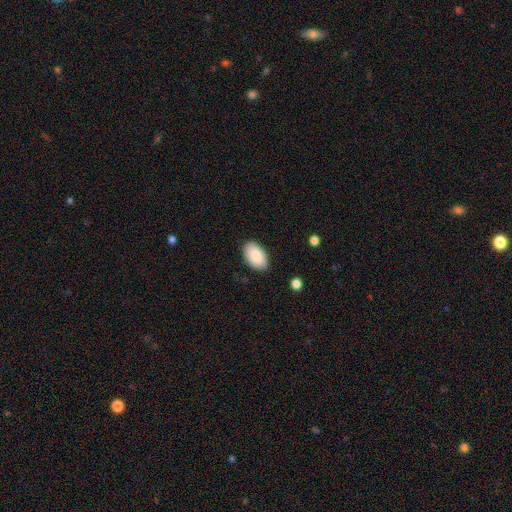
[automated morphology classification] A smooth galaxy with no disk features (89%) that is in between round and cigar-shaped (95%).

Vote fractions:
- Smooth or featured? smooth: 89% / star or artifact: 6% / featured or disk: 5%
- How rounded? in between: 95% / round: 4% / cigar-shaped: 1%
- Merging? none: 87% / minor disturbance: 10% / major disturbance: 2% / merger: 1%